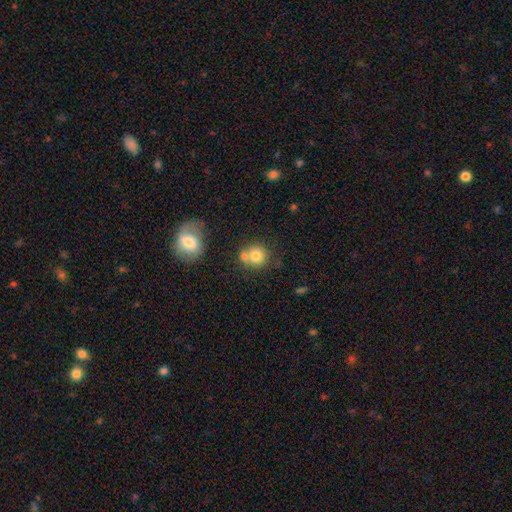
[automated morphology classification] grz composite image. It shows a smooth galaxy with no disk features (78%) that is round (85%). Merging: none (52%).